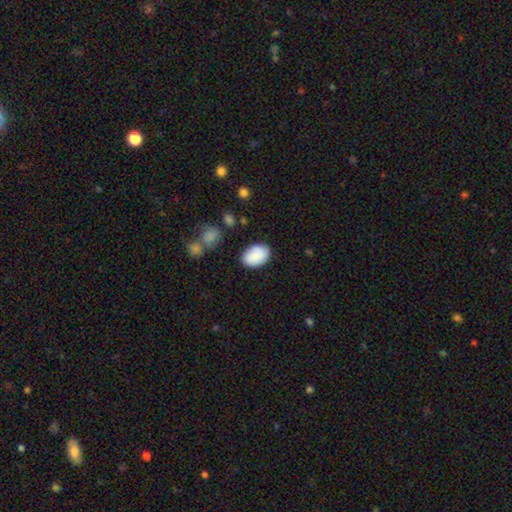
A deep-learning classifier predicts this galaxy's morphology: This appears to be a smooth galaxy with no disk features (82%) that is in between round and cigar-shaped (86%). Merging: none (80%).